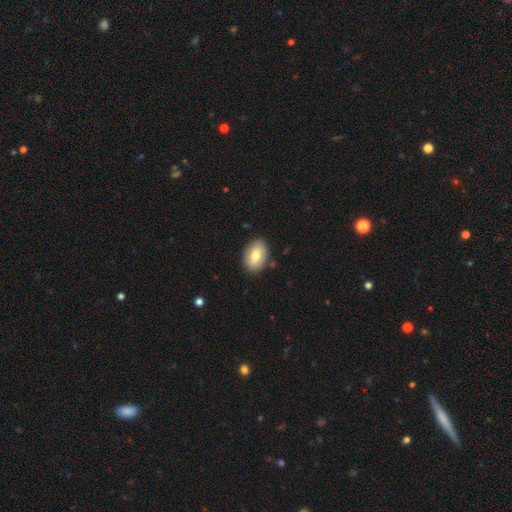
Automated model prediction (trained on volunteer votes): smooth-or-featured: smooth: 75% | featured or disk: 19% | star or artifact: 7%
  how-rounded: in between: 87% | round: 12% | cigar-shaped: 1%
  merging: none: 86% | minor disturbance: 10% | major disturbance: 2% | merger: 2%